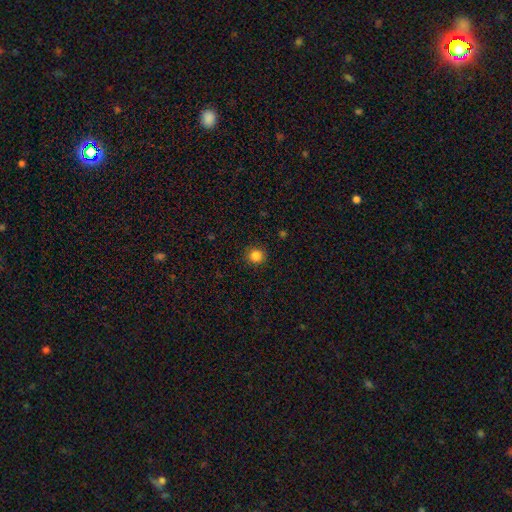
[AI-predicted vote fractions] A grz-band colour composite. It shows a smooth galaxy with no disk features (85%) that is round (92%). Merging: none (91%).